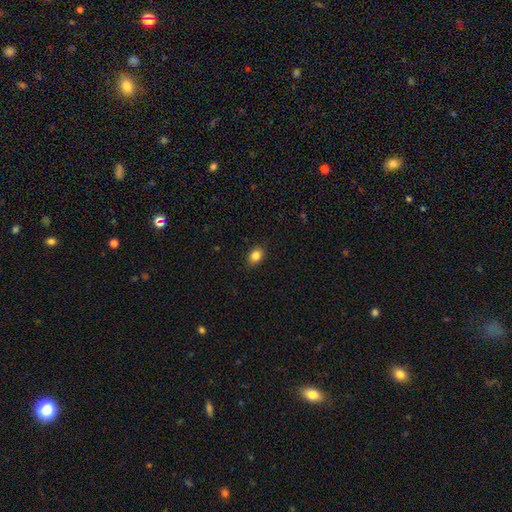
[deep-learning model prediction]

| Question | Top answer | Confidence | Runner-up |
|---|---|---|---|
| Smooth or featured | smooth | 84% | star or artifact (10%) |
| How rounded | in between | 62% | round (37%) |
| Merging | none | 88% | minor disturbance (9%) |